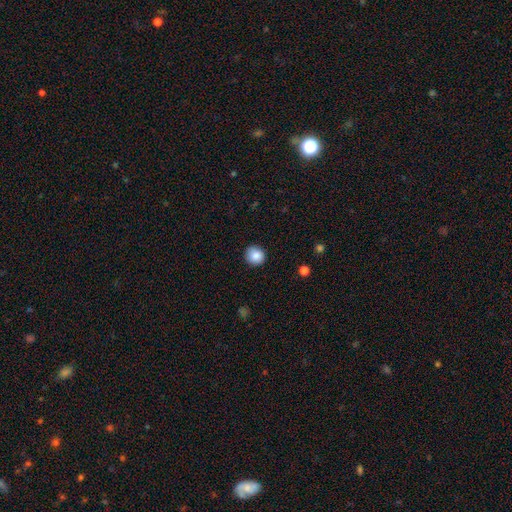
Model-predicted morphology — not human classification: This is clearly a smooth galaxy (87%). How rounded: clearly round (91%). Merging: clearly none (89%).